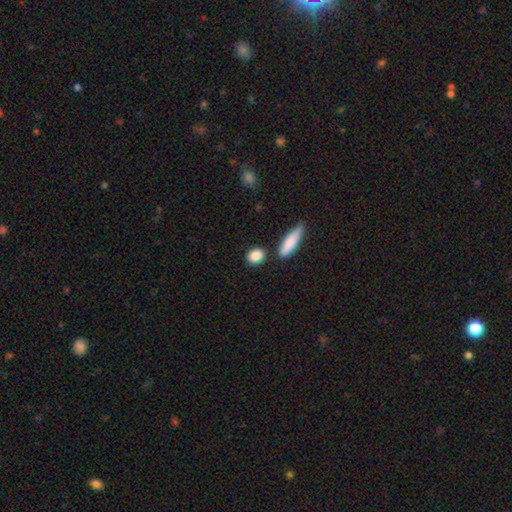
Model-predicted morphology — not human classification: smooth-or-featured: smooth: 87% | star or artifact: 7% | featured or disk: 6%
  how-rounded: round: 58% | in between: 36% | cigar-shaped: 6%
  merging: none: 80% | minor disturbance: 10% | merger: 7% | major disturbance: 3%